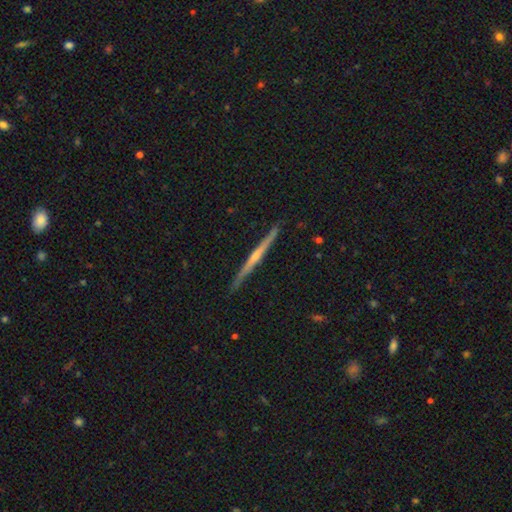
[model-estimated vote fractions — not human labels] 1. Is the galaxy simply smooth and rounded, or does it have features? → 77% featured or disk, 16% smooth, 7% star or artifact.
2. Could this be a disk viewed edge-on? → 98% yes, 2% no.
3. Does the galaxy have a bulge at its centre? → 69% rounded, 24% none, 7% boxy.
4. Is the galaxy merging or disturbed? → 91% none, 6% minor disturbance, 1% major disturbance, 1% merger.